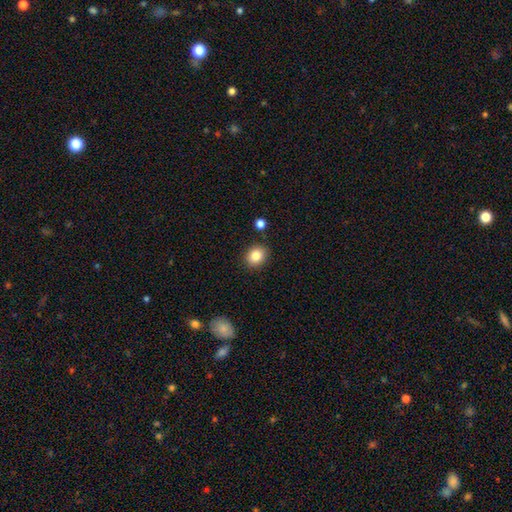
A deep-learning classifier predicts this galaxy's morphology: This appears to be a smooth galaxy with no disk features (85%) that is round (59%). Merging: none (87%).